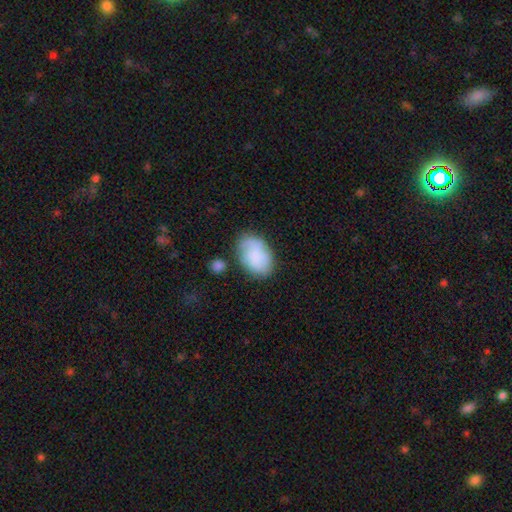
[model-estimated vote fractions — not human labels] The model was most divided on "merging": none: 57%, minor disturbance: 26%, major disturbance: 10%, merger: 7%. More confident: how rounded — in between (84%); smooth or featured — smooth (68%).